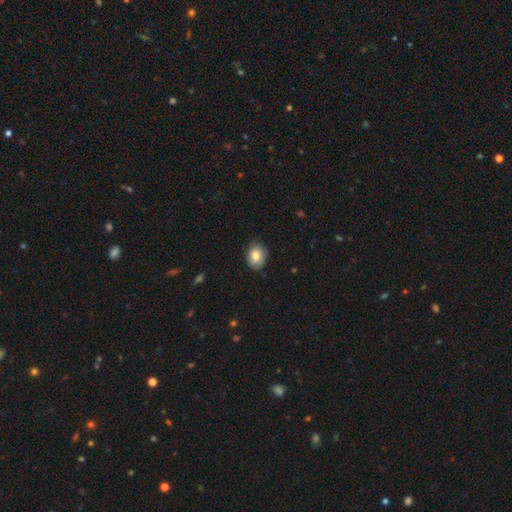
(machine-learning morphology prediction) smooth-or-featured: smooth: 80% | featured or disk: 11% | star or artifact: 8%
  how-rounded: in between: 58% | round: 41% | cigar-shaped: 1%
  merging: none: 76% | minor disturbance: 20% | major disturbance: 3% | merger: 1%